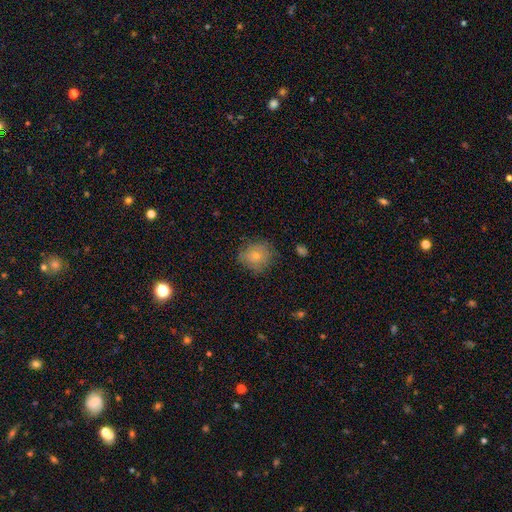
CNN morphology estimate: Overall: smooth (75%). How rounded: round (80%). Merging: none (74%).